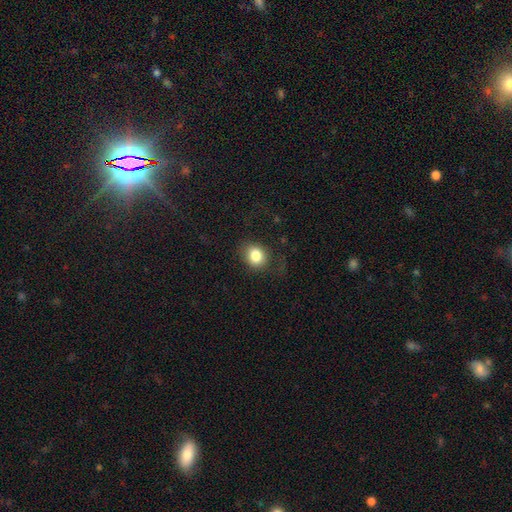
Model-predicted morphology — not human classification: This appears to be a smooth galaxy with no disk features (83%) that is round (56%). Merging: none (74%).